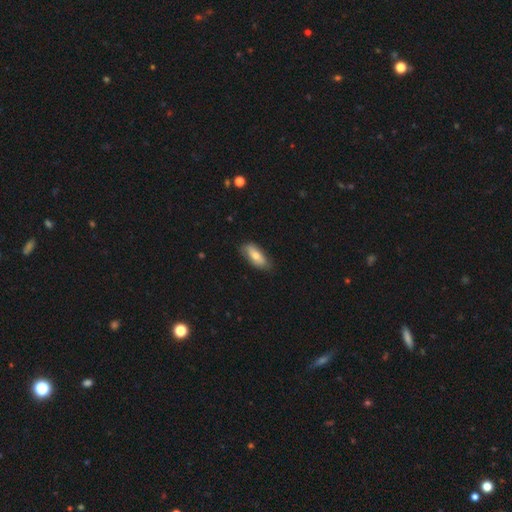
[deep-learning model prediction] A smooth galaxy with no disk features (69%) that is in between round and cigar-shaped (80%).

Vote fractions:
- Smooth or featured? smooth: 69% / featured or disk: 25% / star or artifact: 6%
- How rounded? in between: 80% / cigar-shaped: 17% / round: 3%
- Merging? none: 75% / minor disturbance: 21% / major disturbance: 3% / merger: 1%